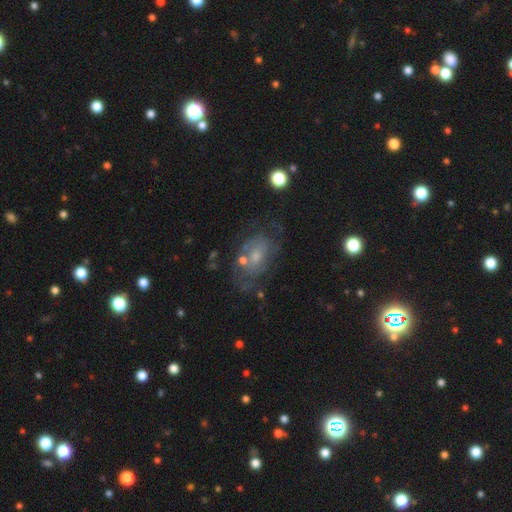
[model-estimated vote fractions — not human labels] featured or disk 63%, smooth 25%, star or artifact 12%. Down the decision tree: edge-on disk — no (96%); bar — no (66%); spiral arms — yes (73%); bulge size — small (51%); merging — none (55%).